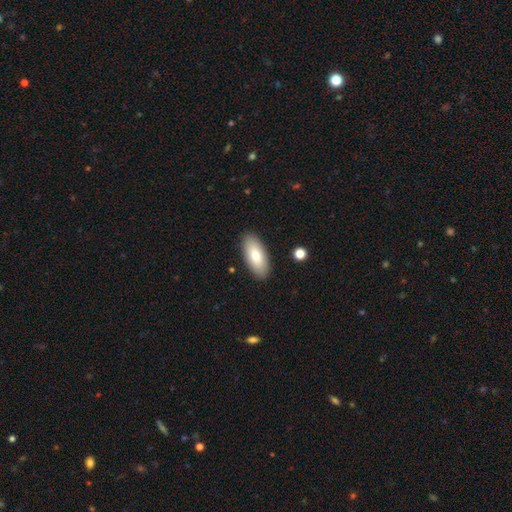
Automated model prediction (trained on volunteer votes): Q: Smooth or featured?
A: smooth (79%); runner-up: featured or disk (15%)
Q: How rounded?
A: in between (88%); runner-up: cigar-shaped (10%)
Q: Merging?
A: none (89%); runner-up: minor disturbance (8%)